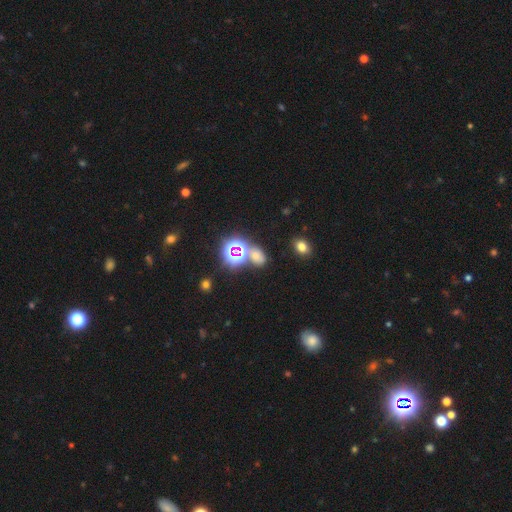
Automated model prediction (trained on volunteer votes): Smooth or featured: smooth — 47% (star or artifact — 43%)
Merging: none — 65% (merger — 17%)